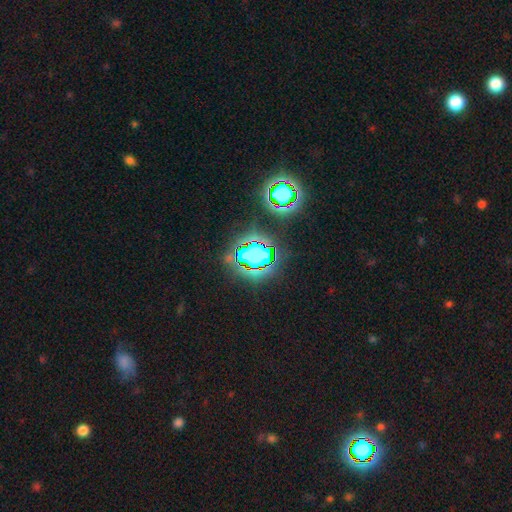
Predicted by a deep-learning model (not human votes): This appears to be a star or artifact, not a galaxy (68%).